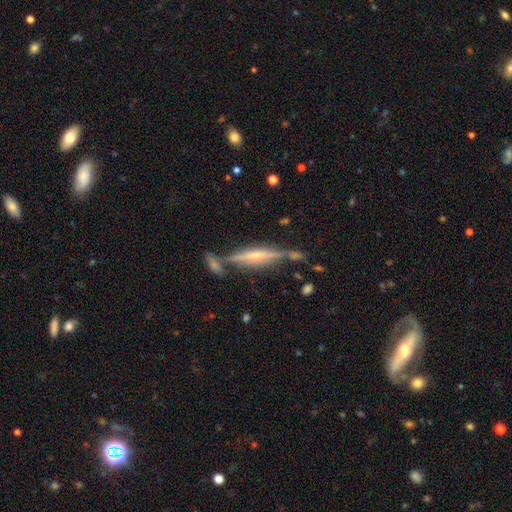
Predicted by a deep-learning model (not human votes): featured or disk 71%, smooth 21%, star or artifact 8%. Down the decision tree: edge-on disk — yes (93%); edge-on bulge — rounded (53%); merging — none (63%).